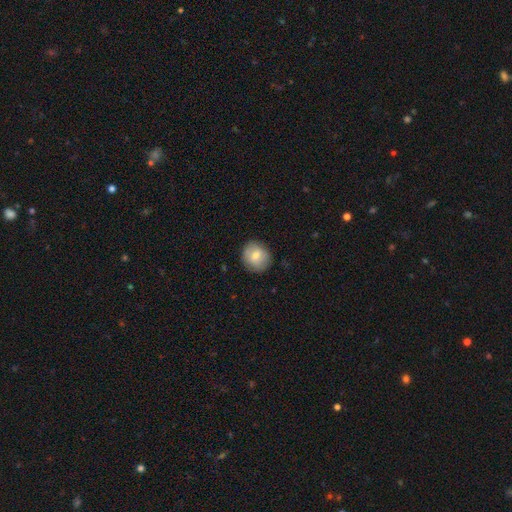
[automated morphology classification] smooth 74%, featured or disk 18%, star or artifact 8%. Down the decision tree: how rounded — round (83%); merging — none (84%).